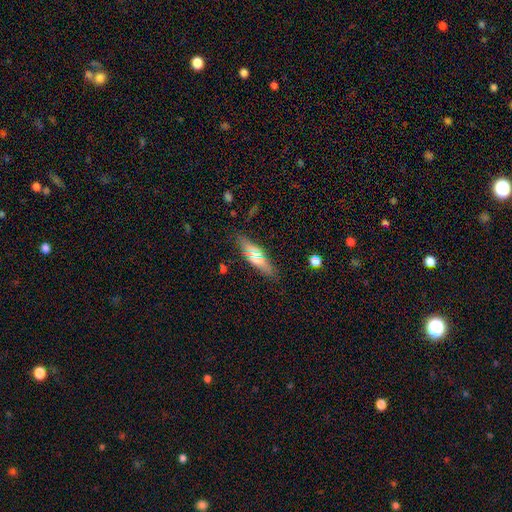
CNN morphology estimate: Overall: smooth (61%; featured or disk 27%). How rounded: cigar-shaped (52%; in between 45%). Merging: none (85%).